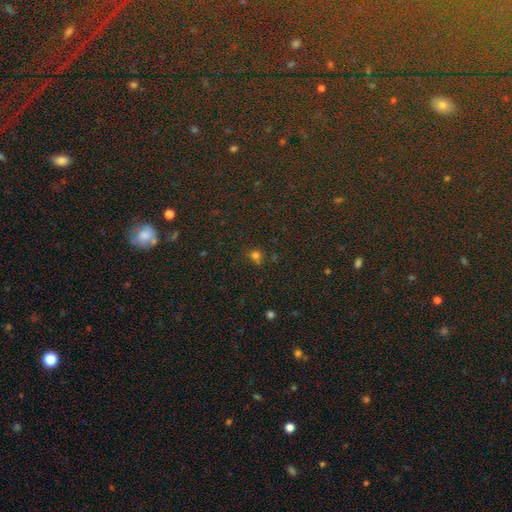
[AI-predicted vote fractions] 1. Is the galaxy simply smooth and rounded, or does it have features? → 67% smooth, 27% star or artifact, 7% featured or disk.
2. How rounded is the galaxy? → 80% round, 18% in between, 1% cigar-shaped.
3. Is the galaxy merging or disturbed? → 69% none, 15% minor disturbance, 11% merger, 6% major disturbance.